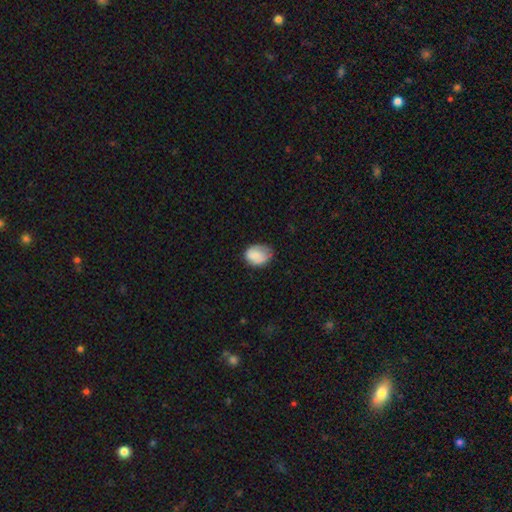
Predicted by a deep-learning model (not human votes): Morphology: type=smooth (78%); roundness=in between (62%); merging=none (59%).